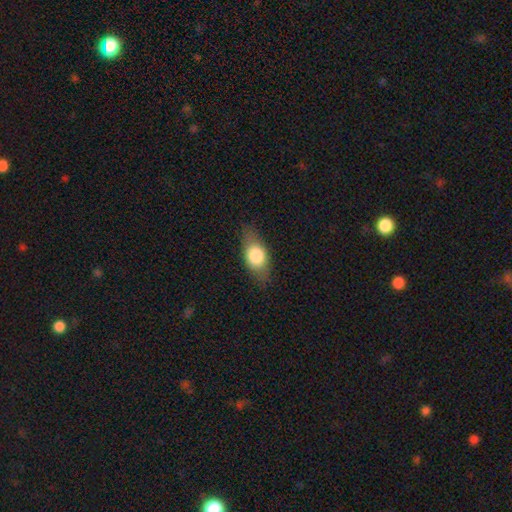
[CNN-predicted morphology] Overall: smooth (75%). How rounded: in between (79%). Merging: none (78%).